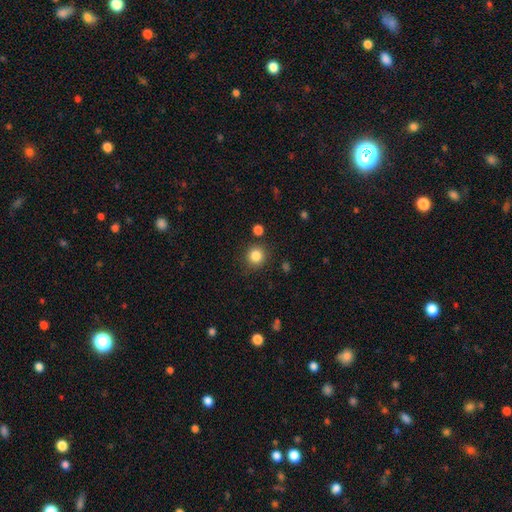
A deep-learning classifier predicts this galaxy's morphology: A smooth galaxy with no disk features (84%) that is round (90%).

Vote fractions:
- Smooth or featured? smooth: 84% / star or artifact: 11% / featured or disk: 5%
- How rounded? round: 90% / in between: 9% / cigar-shaped: 1%
- Merging? none: 86% / minor disturbance: 8% / merger: 3% / major disturbance: 3%